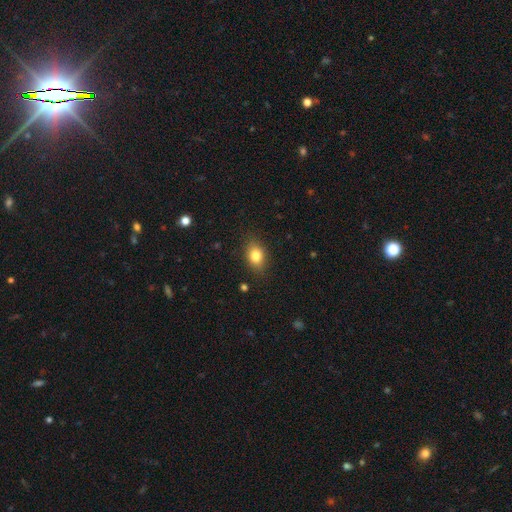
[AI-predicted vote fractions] Smooth or featured?
  - smooth: 82% *
  - star or artifact: 9%
  - featured or disk: 9%
How rounded?
  - in between: 72% *
  - round: 26%
  - cigar-shaped: 2%
Merging?
  - none: 84% *
  - minor disturbance: 12%
  - major disturbance: 3%
  - merger: 1%